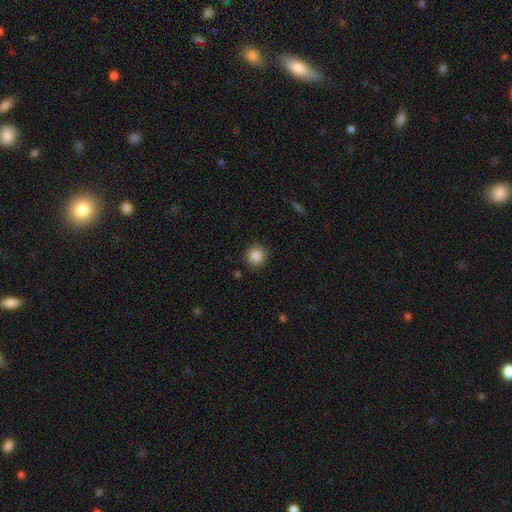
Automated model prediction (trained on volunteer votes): A smooth galaxy with no disk features (86%) that is round (93%).

Vote fractions:
- Smooth or featured? smooth: 86% / star or artifact: 10% / featured or disk: 4%
- How rounded? round: 93% / in between: 7% / cigar-shaped: 1%
- Merging? none: 90% / minor disturbance: 7% / major disturbance: 2% / merger: 1%